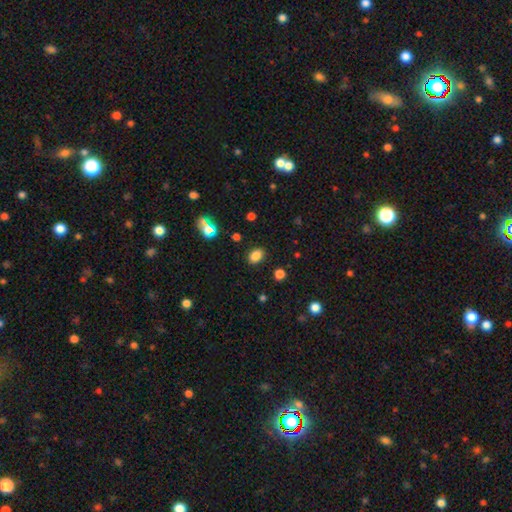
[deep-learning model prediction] smooth 84%, star or artifact 12%, featured or disk 5%. Down the decision tree: how rounded — in between (75%); merging — none (88%).